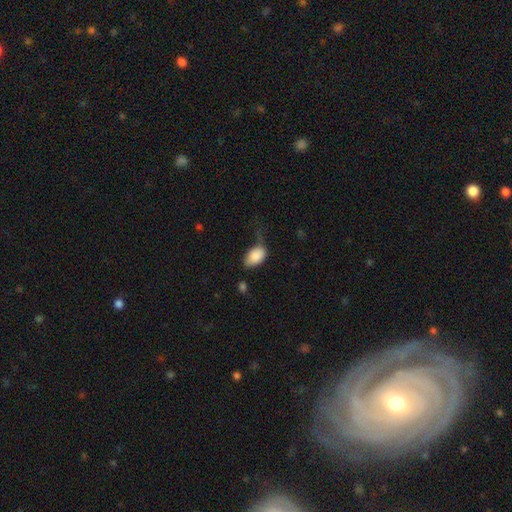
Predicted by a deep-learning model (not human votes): A smooth galaxy with no disk features (86%) that is in between round and cigar-shaped (91%).

Vote fractions:
- Smooth or featured? smooth: 86% / featured or disk: 8% / star or artifact: 7%
- How rounded? in between: 91% / round: 8% / cigar-shaped: 1%
- Merging? none: 39% / minor disturbance: 37% / major disturbance: 20% / merger: 4%